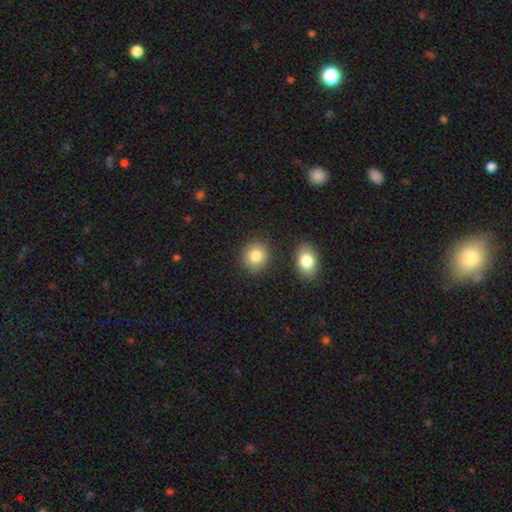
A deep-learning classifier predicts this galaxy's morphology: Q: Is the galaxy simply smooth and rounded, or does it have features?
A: smooth — 83%.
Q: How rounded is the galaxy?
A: round — 77%.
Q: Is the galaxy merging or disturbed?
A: none — 84%.